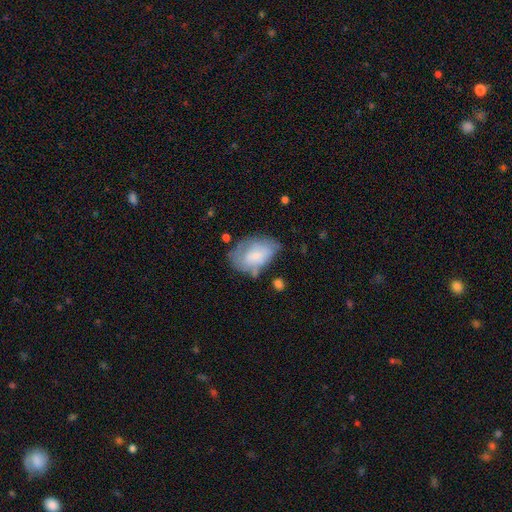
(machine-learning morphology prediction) This is likely a smooth galaxy (66%). How rounded: clearly in between (87%). Merging: possibly none (45%).